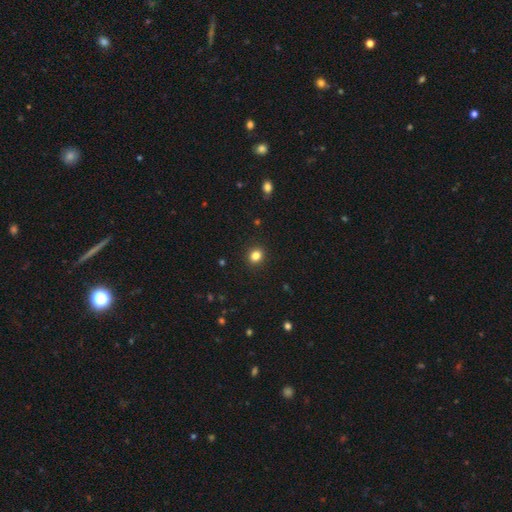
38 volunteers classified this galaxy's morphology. A smooth galaxy with no disk features (87%) that is round (85%). Merging: none (94%).